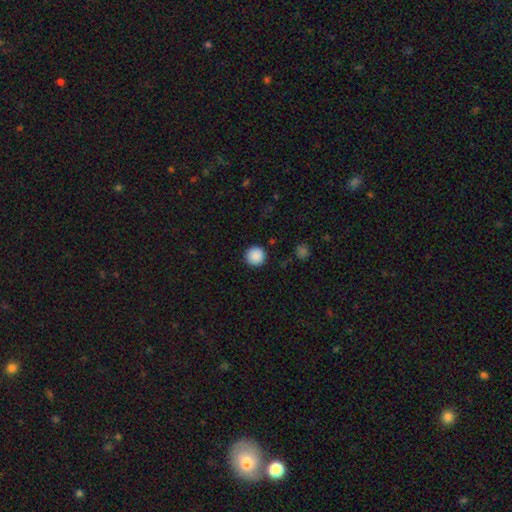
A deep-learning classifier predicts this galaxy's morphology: Smooth or featured? smooth (89%)
How rounded? round (96%)
Merging? none (91%)